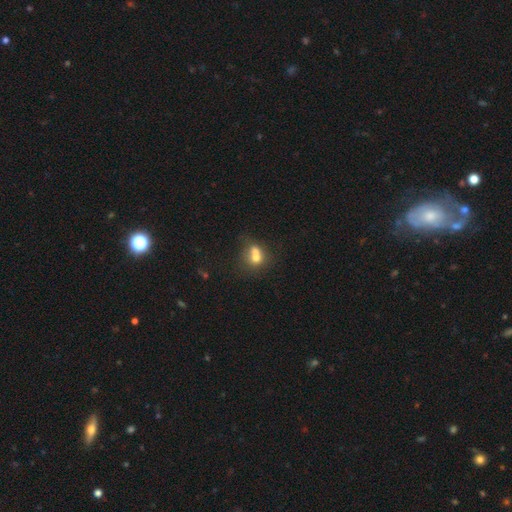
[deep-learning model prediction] Smooth or featured?
  - smooth: 66% *
  - featured or disk: 22%
  - star or artifact: 12%
How rounded?
  - round: 58% *
  - in between: 40%
  - cigar-shaped: 2%
Merging?
  - merger: 62% *
  - none: 25%
  - minor disturbance: 9%
  - major disturbance: 5%